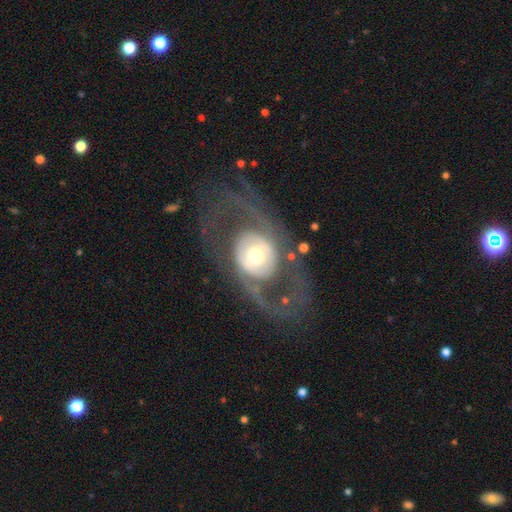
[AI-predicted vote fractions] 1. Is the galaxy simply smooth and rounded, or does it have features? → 76% featured or disk, 18% smooth, 5% star or artifact.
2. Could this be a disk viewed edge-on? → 92% no, 8% yes.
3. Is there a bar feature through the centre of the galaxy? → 68% no, 21% weak, 11% strong.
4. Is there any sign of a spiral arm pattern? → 54% yes, 46% no.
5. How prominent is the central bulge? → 58% moderate, 23% large, 15% small, 4% dominant, 1% none.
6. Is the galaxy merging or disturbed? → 64% none, 21% major disturbance, 13% minor disturbance, 2% merger.